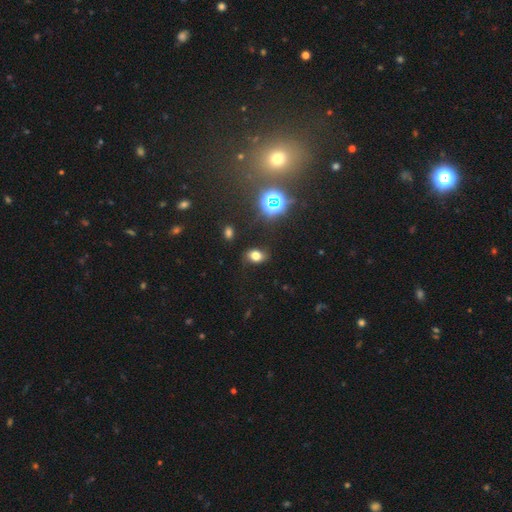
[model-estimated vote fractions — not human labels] Morphology: type=smooth (66%); roundness=in between (74%); merging=none (78%).